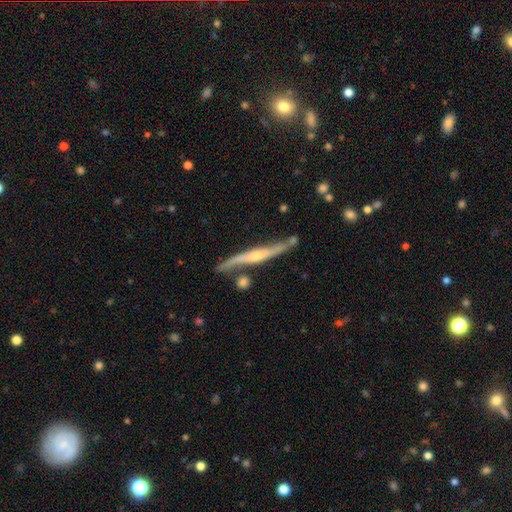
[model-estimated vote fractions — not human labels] Overall: featured or disk (82%). Edge-on disk: yes (88%). Edge-on bulge: rounded (83%). Merging: none (69%).